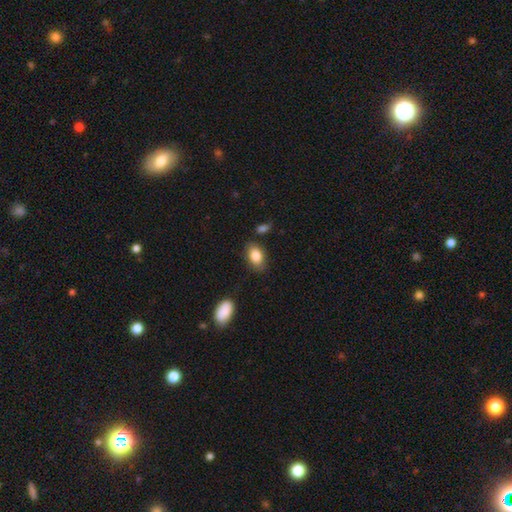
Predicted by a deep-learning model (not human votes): Smooth or featured?
  - smooth: 84% *
  - featured or disk: 9%
  - star or artifact: 7%
How rounded?
  - in between: 89% *
  - round: 9%
  - cigar-shaped: 2%
Merging?
  - none: 81% *
  - minor disturbance: 13%
  - merger: 3%
  - major disturbance: 3%